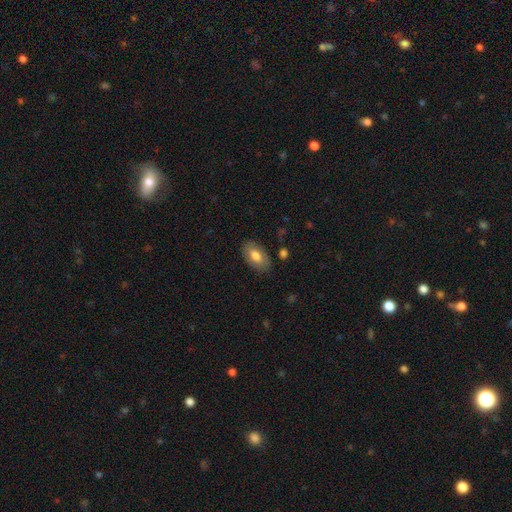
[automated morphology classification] A smooth galaxy with no disk features (74%) that is in between round and cigar-shaped (93%).

Vote fractions:
- Smooth or featured? smooth: 74% / featured or disk: 20% / star or artifact: 6%
- How rounded? in between: 93% / round: 5% / cigar-shaped: 2%
- Merging? none: 83% / minor disturbance: 12% / major disturbance: 3% / merger: 2%